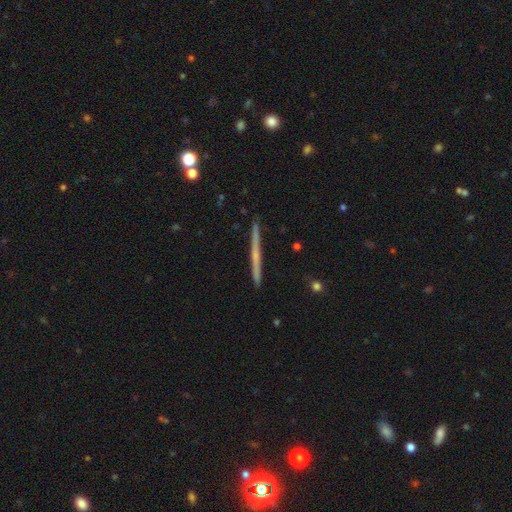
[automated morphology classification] The model was most divided on "smooth or featured": featured or disk: 62%, smooth: 32%, star or artifact: 6%. More confident: edge-on disk — yes (98%); merging — none (92%); edge-on bulge — none (68%).